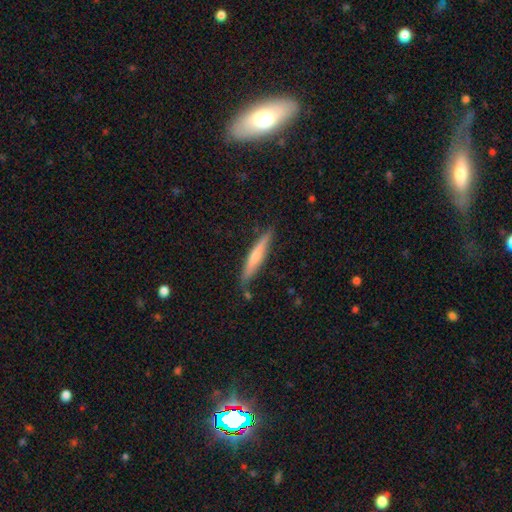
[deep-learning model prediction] Smooth or featured?
  - smooth: 58% *
  - featured or disk: 36%
  - star or artifact: 6%
How rounded?
  - cigar-shaped: 92% *
  - in between: 6%
  - round: 1%
Merging?
  - none: 81% *
  - minor disturbance: 14%
  - merger: 3%
  - major disturbance: 2%